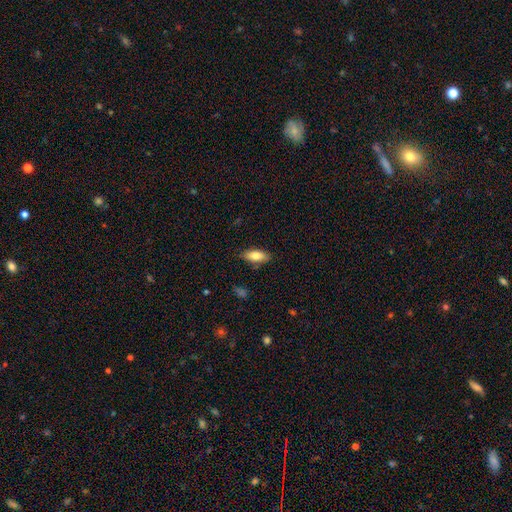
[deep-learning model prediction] Morphology: type=smooth (80%); roundness=in between (82%); merging=none (83%).